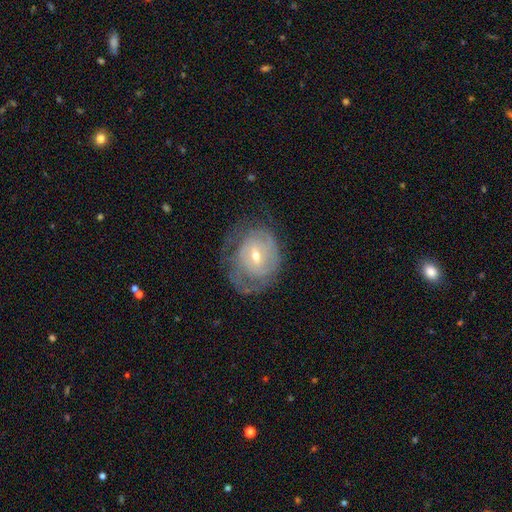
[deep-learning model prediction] Smooth or featured? featured or disk (73%)
Edge-on disk? no (96%)
Bar? weak (47%)
Spiral arms? yes (79%)
Spiral winding? tight (63%)
Spiral arm count? can't tell (48%)
Bulge size? small (53%)
Merging? none (54%)